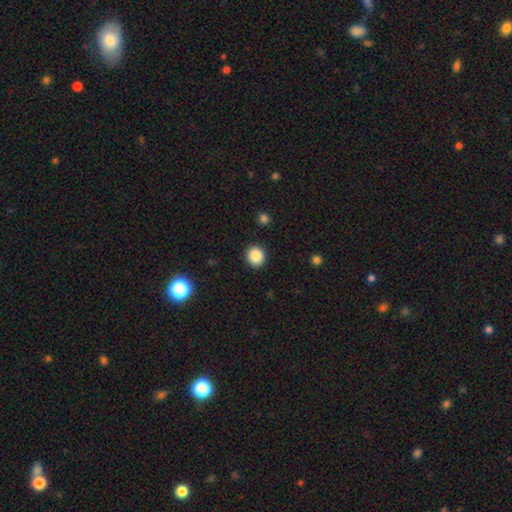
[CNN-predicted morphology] smooth_or_featured: smooth (p=0.87) [alt: star or artifact p=0.10]
how_rounded: round (p=0.88) [alt: in between p=0.11]
merging: none (p=0.91) [alt: minor disturbance p=0.06]